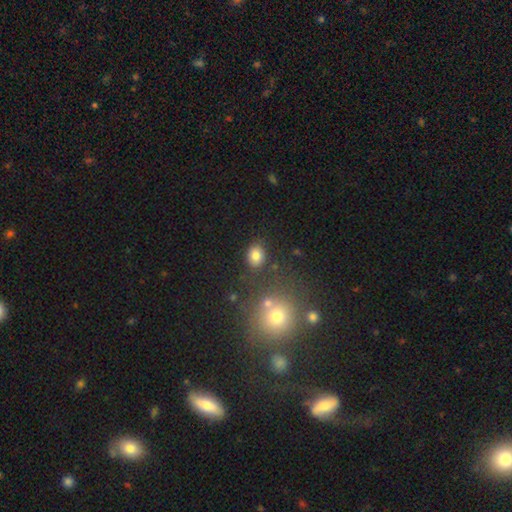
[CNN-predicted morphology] This is clearly a smooth galaxy (81%). How rounded: possibly in between (50%). Merging: clearly none (80%).